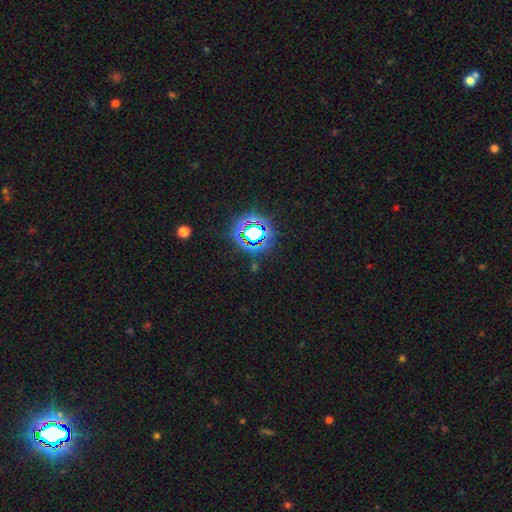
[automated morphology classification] Smooth or featured?
  - star or artifact: 80% *
  - smooth: 13%
  - featured or disk: 7%